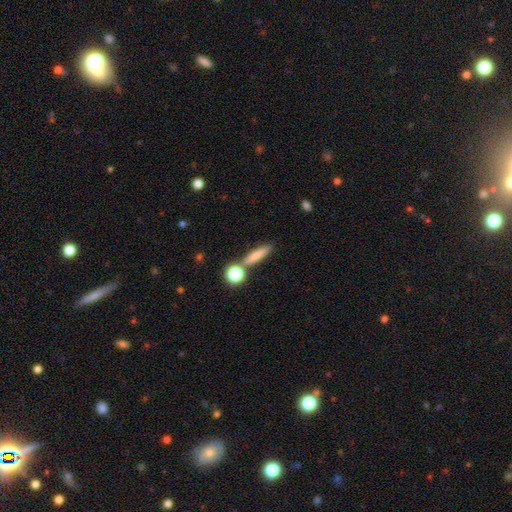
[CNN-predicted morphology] smooth-or-featured: smooth: 74% | featured or disk: 16% | star or artifact: 10%
  how-rounded: cigar-shaped: 72% | in between: 18% | round: 10%
  merging: none: 73% | merger: 14% | minor disturbance: 10% | major disturbance: 4%